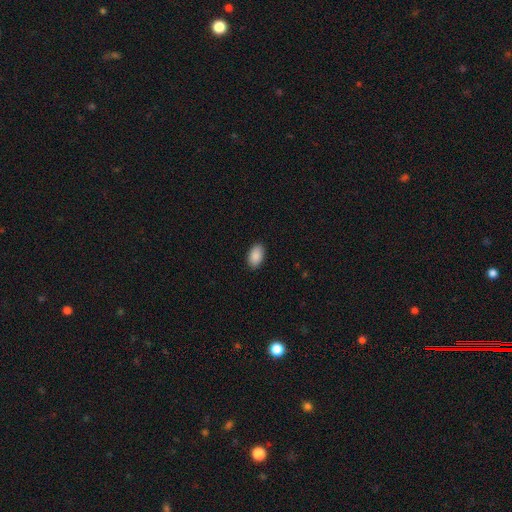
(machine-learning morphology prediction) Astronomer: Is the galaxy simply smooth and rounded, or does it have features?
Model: smooth — 90%.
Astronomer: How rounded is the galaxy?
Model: in between — 94%.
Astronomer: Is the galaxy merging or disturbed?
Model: none — 89%.